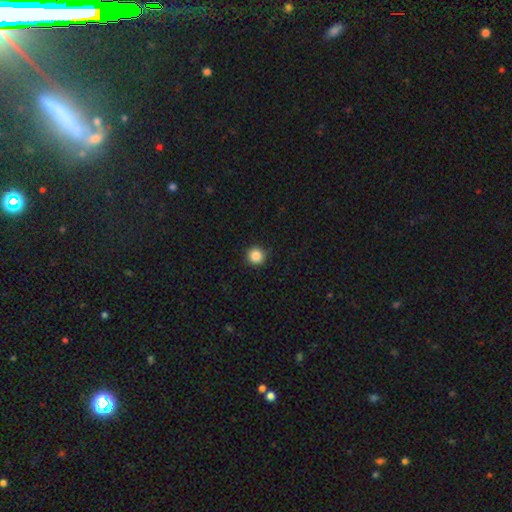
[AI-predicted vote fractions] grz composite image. It shows a smooth galaxy with no disk features (86%) that is round (95%). Merging: none (92%).